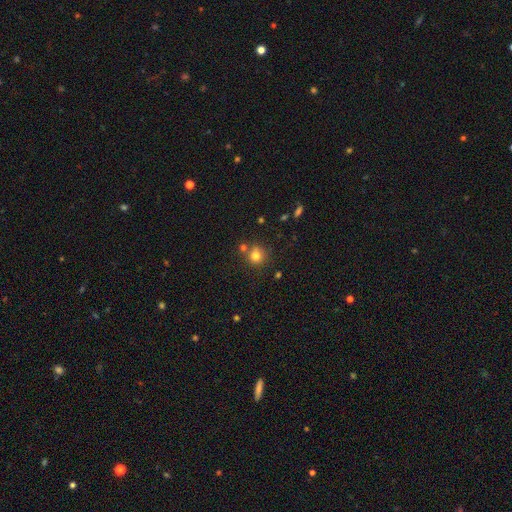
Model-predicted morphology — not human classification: smooth_or_featured: smooth (p=0.77) [alt: star or artifact p=0.14]
how_rounded: round (p=0.90) [alt: in between p=0.09]
merging: none (p=0.65) [alt: merger p=0.22]